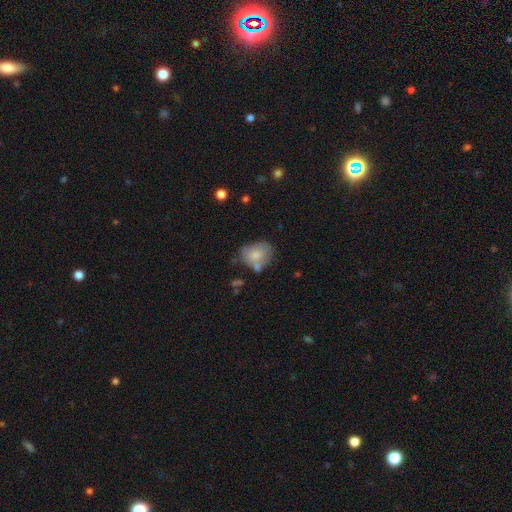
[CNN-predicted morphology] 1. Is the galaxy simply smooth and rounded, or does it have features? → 74% smooth, 18% featured or disk, 8% star or artifact.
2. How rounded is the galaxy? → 62% in between, 37% round, 1% cigar-shaped.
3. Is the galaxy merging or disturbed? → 50% none, 24% minor disturbance, 17% merger, 8% major disturbance.